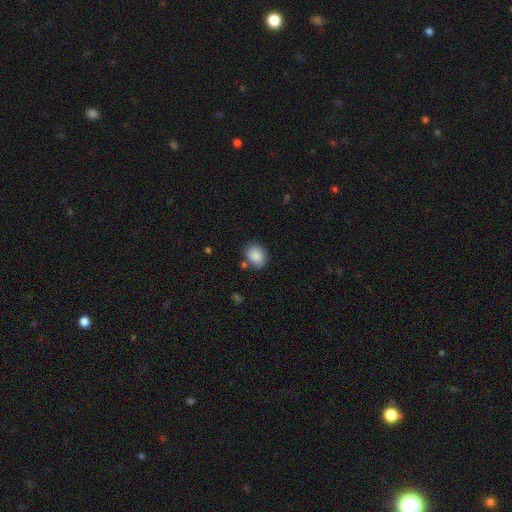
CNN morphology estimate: Overall: smooth (88%). How rounded: in between (60%; round 40%). Merging: none (77%).